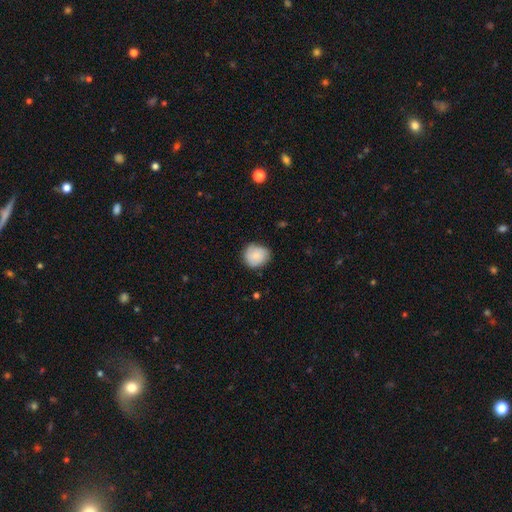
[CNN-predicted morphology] This appears to be a smooth galaxy with no disk features (78%) that is round (81%). Merging: none (73%).